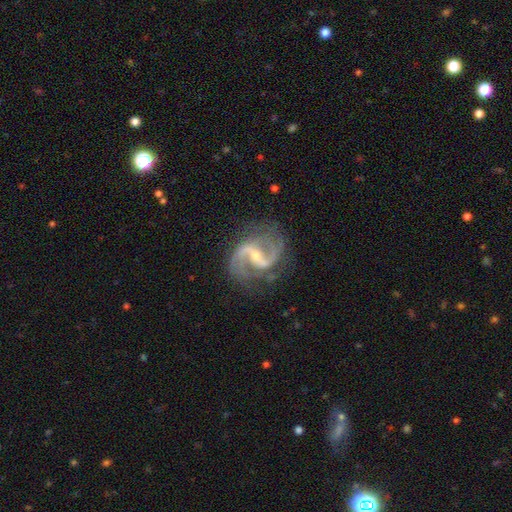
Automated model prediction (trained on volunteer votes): Morphology: type=featured or disk (92%); edge-on=no (98%); bar=weak (44%); spiral arms=yes (98%); winding=medium (53%); arm count=2 (93%); bulge=small (60%); merging=none (78%).